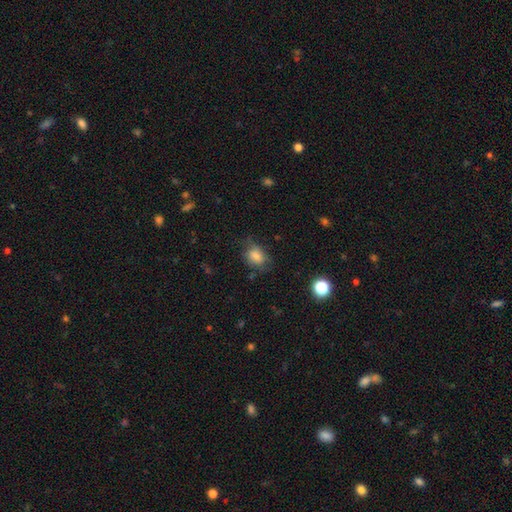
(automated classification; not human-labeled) The model was most divided on "merging": none: 57%, minor disturbance: 28%, major disturbance: 12%, merger: 2%. More confident: smooth or featured — smooth (77%); how rounded — in between (65%).